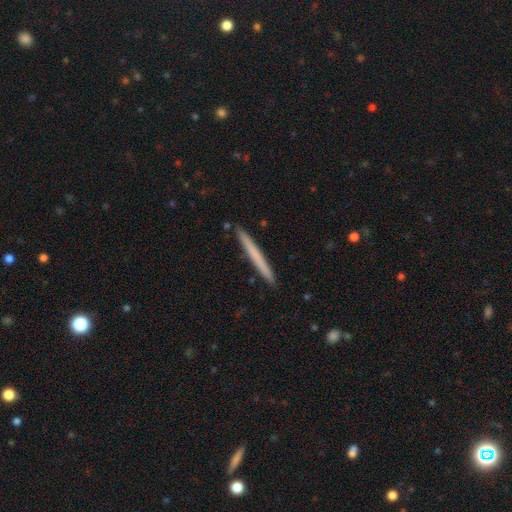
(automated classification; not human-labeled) This is likely a smooth galaxy (62%). How rounded: clearly cigar-shaped (97%). Merging: clearly none (92%).